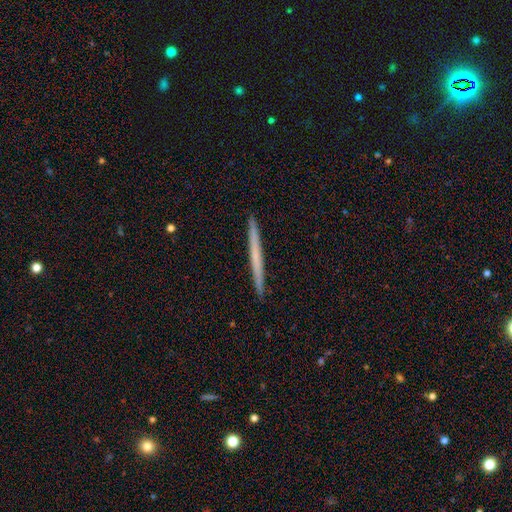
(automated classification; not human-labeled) Smooth or featured?
  - smooth: 51% *
  - featured or disk: 43%
  - star or artifact: 5%
How rounded?
  - cigar-shaped: 98% *
  - in between: 1%
  - round: 1%
Merging?
  - none: 94% *
  - minor disturbance: 4%
  - major disturbance: 1%
  - merger: 1%